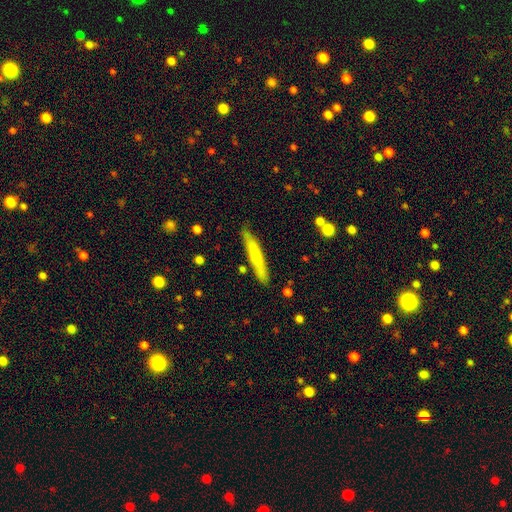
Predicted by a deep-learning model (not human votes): Smooth or featured?
  - smooth: 71% *
  - featured or disk: 23%
  - star or artifact: 6%
How rounded?
  - cigar-shaped: 94% *
  - in between: 4%
  - round: 1%
Merging?
  - none: 85% *
  - minor disturbance: 11%
  - merger: 2%
  - major disturbance: 2%